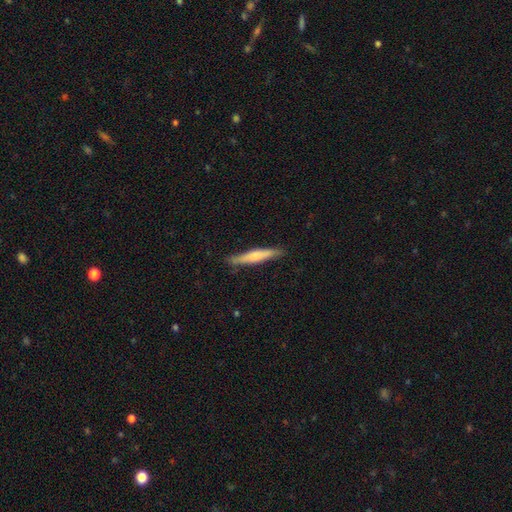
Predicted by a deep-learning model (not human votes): This appears to be a smooth galaxy with no disk features (54%) that is cigar-shaped (93%). Merging: none (86%).